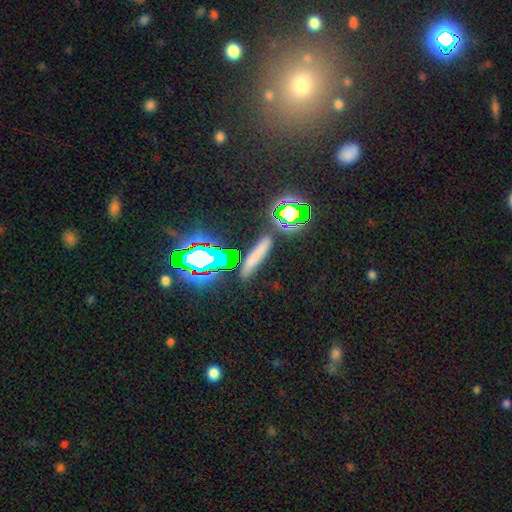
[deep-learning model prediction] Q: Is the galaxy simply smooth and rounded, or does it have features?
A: smooth — 53%.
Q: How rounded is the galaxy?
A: cigar-shaped — 82%.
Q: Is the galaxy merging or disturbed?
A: none — 84%.